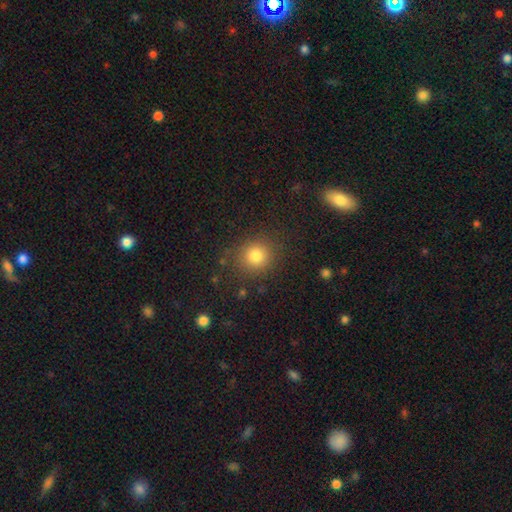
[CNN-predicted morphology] Smooth or featured: smooth — 81% (star or artifact — 12%)
How rounded: round — 82% (in between — 17%)
Merging: none — 83% (minor disturbance — 11%)